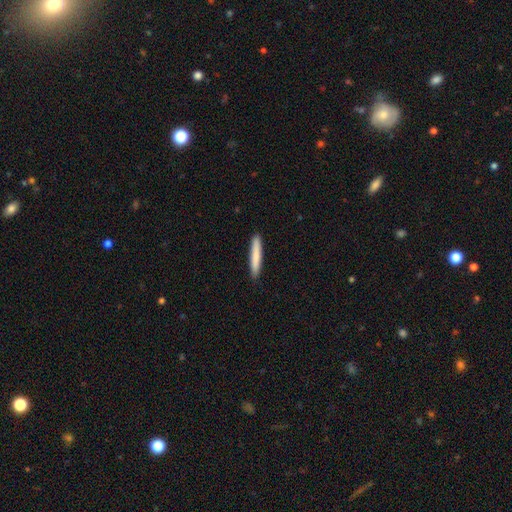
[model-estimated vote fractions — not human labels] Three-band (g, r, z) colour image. It shows a smooth galaxy with no disk features (81%) that is cigar-shaped (94%). Merging: none (91%).